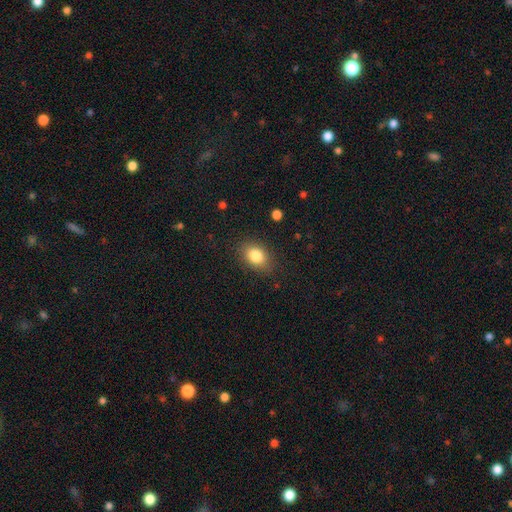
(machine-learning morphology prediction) Smooth or featured? smooth (83%)
How rounded? in between (75%)
Merging? none (84%)